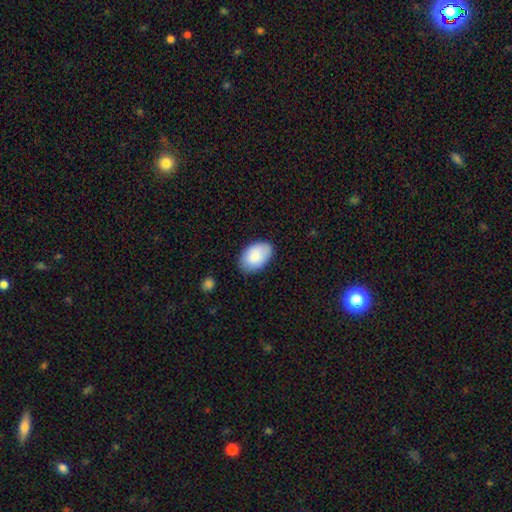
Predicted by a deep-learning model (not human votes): Smooth or featured? Predicted: smooth (p=0.86). How rounded? Predicted: in between (p=0.92). Merging? Predicted: none (p=0.78).